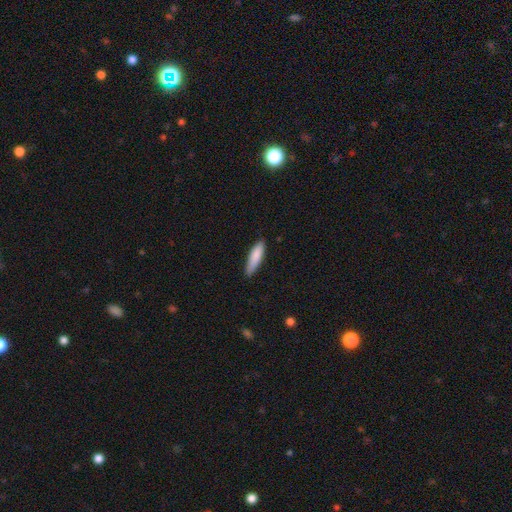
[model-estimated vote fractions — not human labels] Smooth or featured? Predicted: smooth (p=0.85). How rounded? Predicted: cigar-shaped (p=0.69). Merging? Predicted: none (p=0.83).